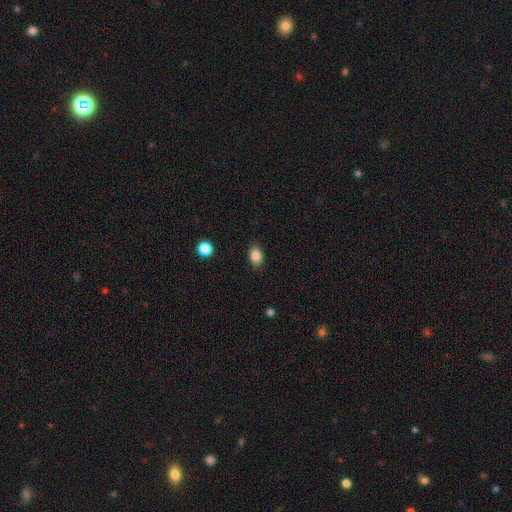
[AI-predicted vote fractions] Smooth or featured? Predicted: smooth (p=0.85). How rounded? Predicted: in between (p=0.78). Merging? Predicted: none (p=0.85).